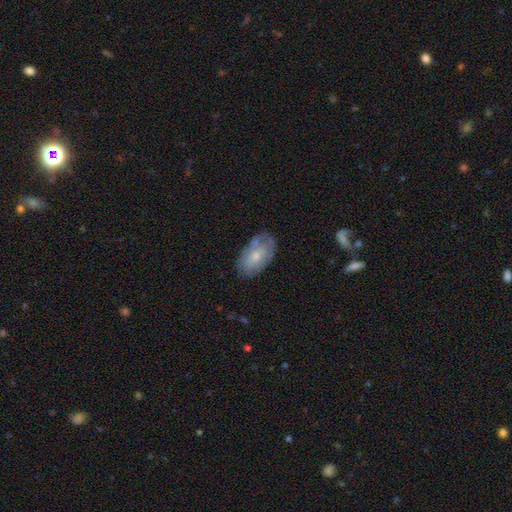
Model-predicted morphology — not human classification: Smooth or featured?
  - smooth: 61% *
  - featured or disk: 33%
  - star or artifact: 6%
How rounded?
  - in between: 93% *
  - round: 5%
  - cigar-shaped: 2%
Merging?
  - none: 69% *
  - minor disturbance: 22%
  - major disturbance: 6%
  - merger: 3%